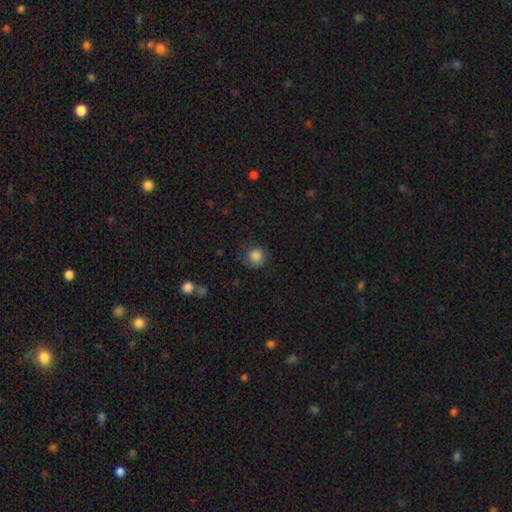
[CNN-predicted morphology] type=smooth (86%); roundness=round (92%); merging=none (78%).